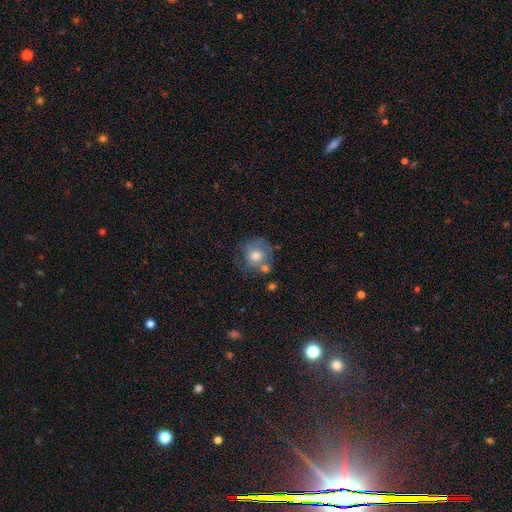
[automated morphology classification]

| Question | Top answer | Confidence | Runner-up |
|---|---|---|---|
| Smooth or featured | smooth | 60% | featured or disk (31%) |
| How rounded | round | 82% | in between (17%) |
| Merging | none | 52% | minor disturbance (22%) |